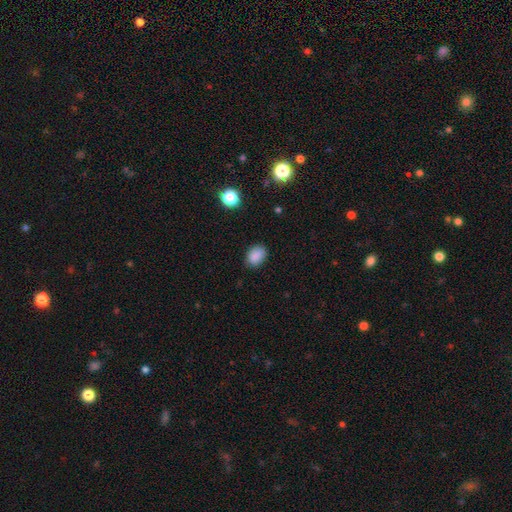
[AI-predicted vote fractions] Smooth or featured?
  - smooth: 87% *
  - star or artifact: 10%
  - featured or disk: 3%
How rounded?
  - in between: 75% *
  - round: 24%
  - cigar-shaped: 1%
Merging?
  - none: 80% *
  - minor disturbance: 15%
  - major disturbance: 3%
  - merger: 1%